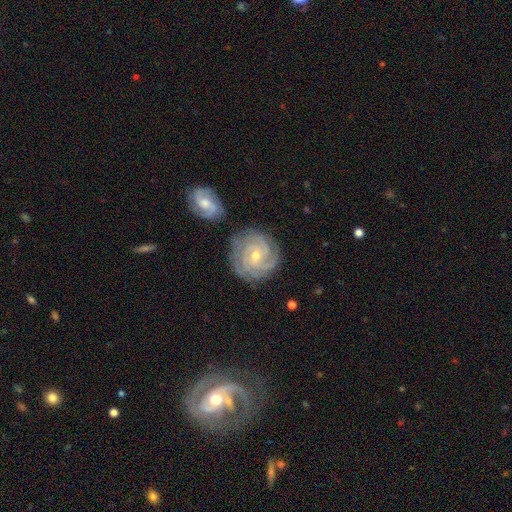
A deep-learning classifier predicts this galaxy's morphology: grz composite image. It shows a featured or disk galaxy (86%) with no bar (61%), 3 (37%) tight (78%) spiral arms (98%) and a small central bulge (56%). Merging: none (75%).